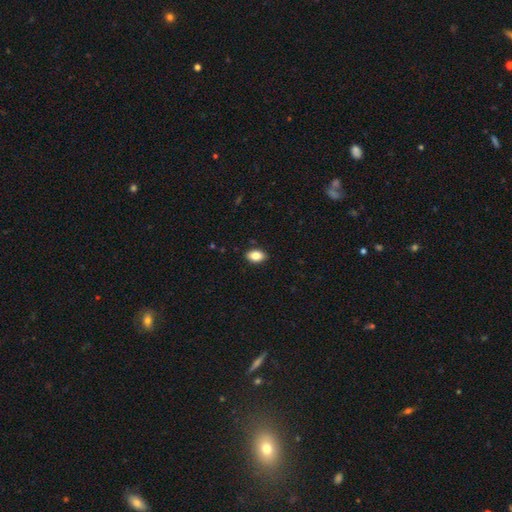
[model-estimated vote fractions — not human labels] Overall: smooth (84%). How rounded: in between (90%). Merging: none (88%).